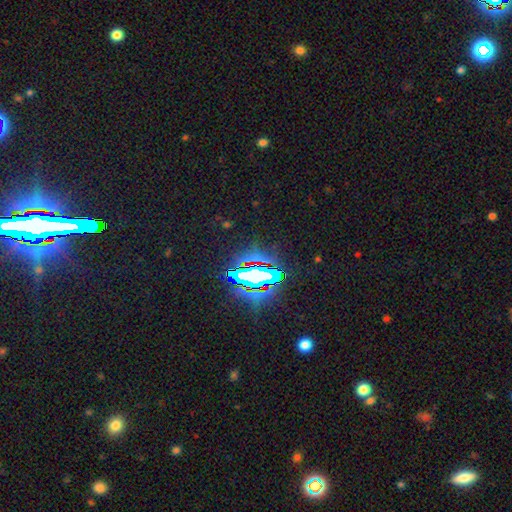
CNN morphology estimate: Overall: star or artifact (81%).